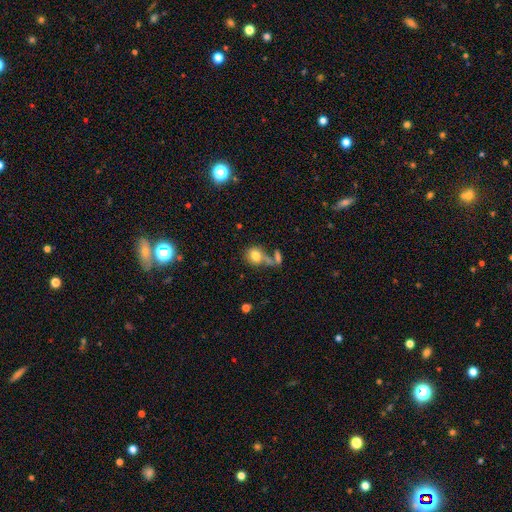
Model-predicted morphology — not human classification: type=smooth (79%); roundness=round (64%); merging=none (48%).